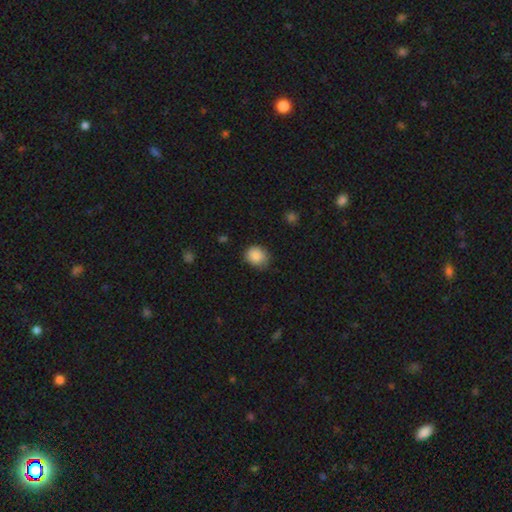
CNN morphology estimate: Smooth or featured? Predicted: smooth (p=0.86). How rounded? Predicted: round (p=0.69). Merging? Predicted: none (p=0.72).